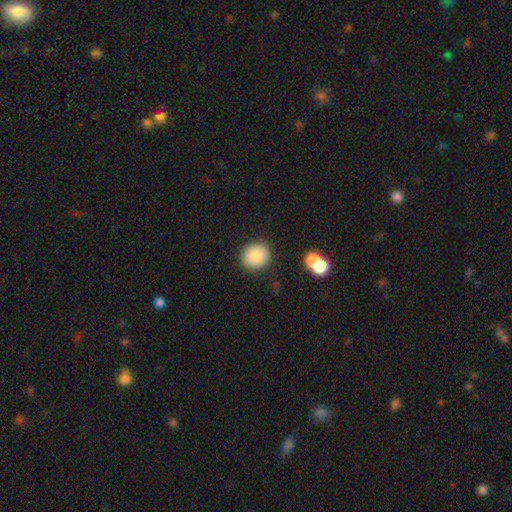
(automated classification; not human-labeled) Q: Smooth or featured?
A: smooth (85%); runner-up: star or artifact (9%)
Q: How rounded?
A: round (83%); runner-up: in between (16%)
Q: Merging?
A: none (86%); runner-up: minor disturbance (8%)